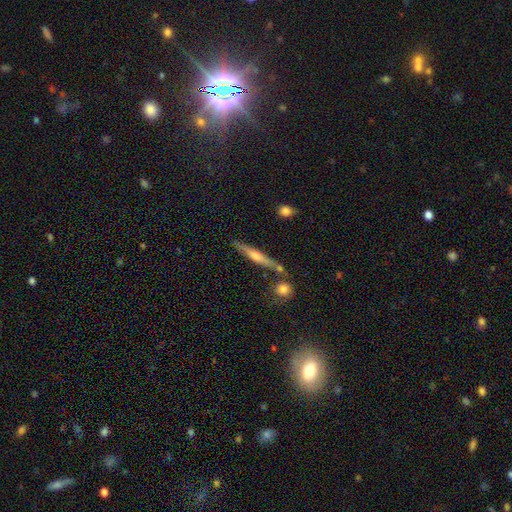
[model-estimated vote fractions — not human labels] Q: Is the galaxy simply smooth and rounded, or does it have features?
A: featured or disk — 57%.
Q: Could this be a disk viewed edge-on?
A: yes — 95%.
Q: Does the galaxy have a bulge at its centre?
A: rounded — 70%.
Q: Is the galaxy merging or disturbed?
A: none — 79%.